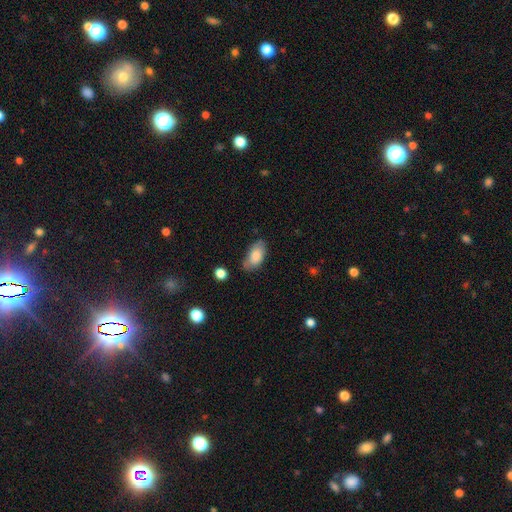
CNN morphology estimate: Smooth or featured: smooth — 82% (featured or disk — 11%)
How rounded: in between — 93% (cigar-shaped — 4%)
Merging: none — 66% (minor disturbance — 25%)